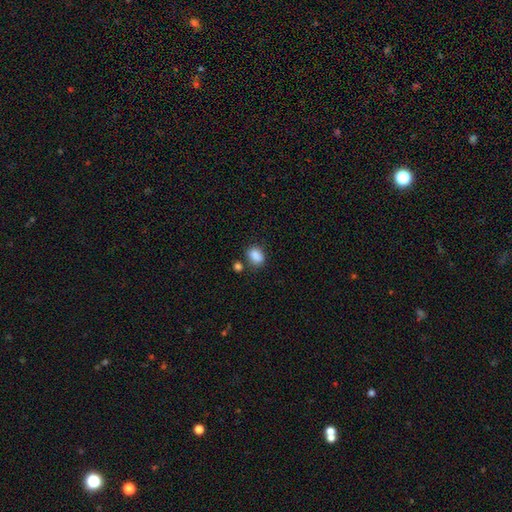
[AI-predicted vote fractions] This appears to be a smooth galaxy with no disk features (87%) that is in between round and cigar-shaped (67%). Merging: none (69%).